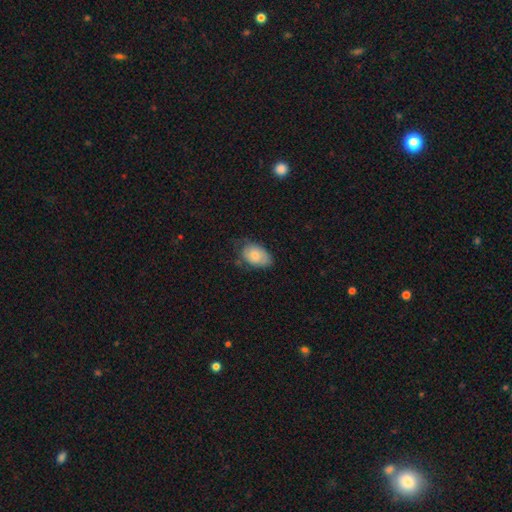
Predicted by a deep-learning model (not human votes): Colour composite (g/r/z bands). It shows a smooth galaxy with no disk features (78%) that is in between round and cigar-shaped (88%). Merging: none (55%).